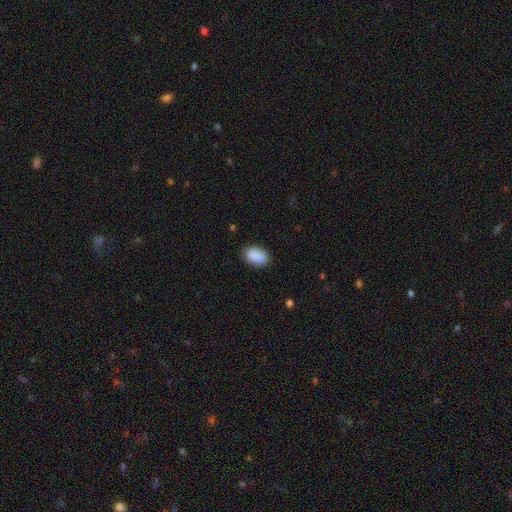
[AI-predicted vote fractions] Overall: smooth (89%). How rounded: in between (90%). Merging: none (82%).